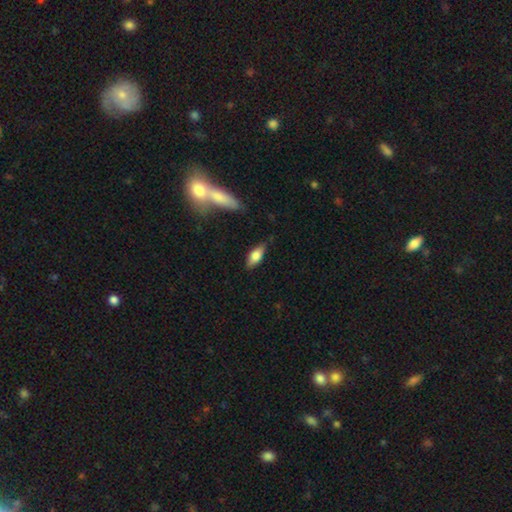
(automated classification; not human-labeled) smooth_or_featured: smooth (p=0.68) [alt: featured or disk p=0.26]
how_rounded: in between (p=0.73) [alt: cigar-shaped p=0.24]
merging: none (p=0.78) [alt: minor disturbance p=0.16]